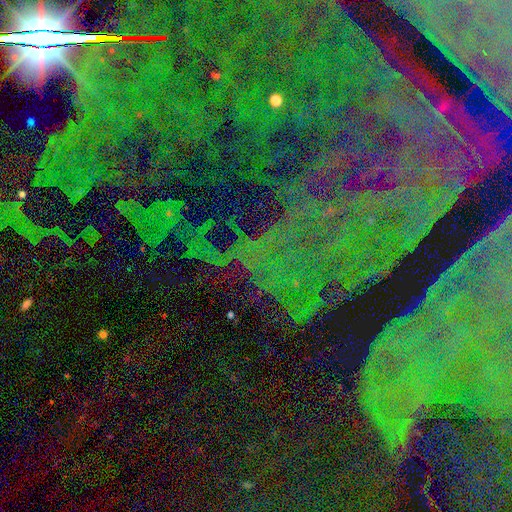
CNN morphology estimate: A star or artifact, not a galaxy (80%).